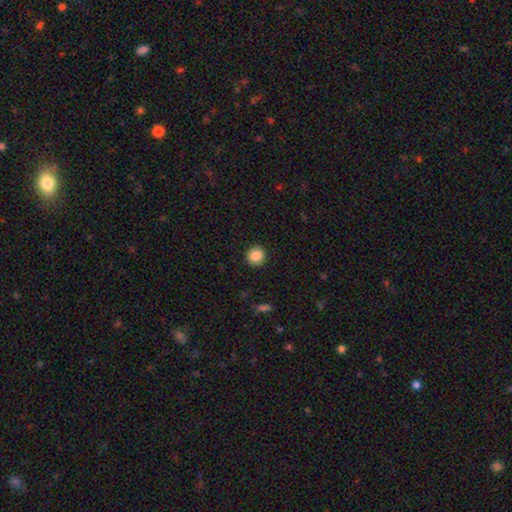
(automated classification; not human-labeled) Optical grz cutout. It shows a smooth galaxy with no disk features (86%) that is round (92%). Merging: none (92%).